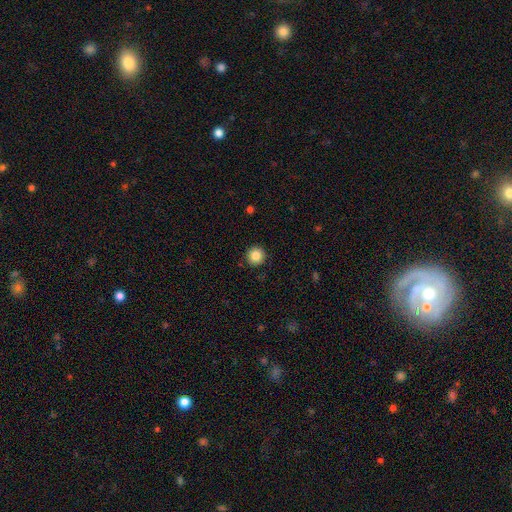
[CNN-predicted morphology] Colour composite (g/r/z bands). It shows a smooth galaxy with no disk features (84%) that is round (96%). Merging: none (92%).